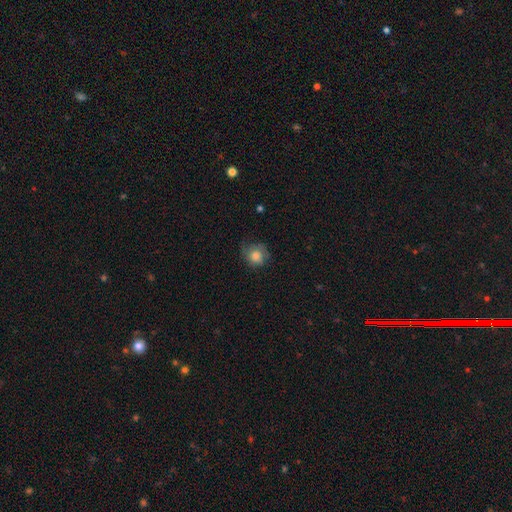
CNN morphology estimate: Smooth or featured? smooth (78%)
How rounded? round (80%)
Merging? none (62%)